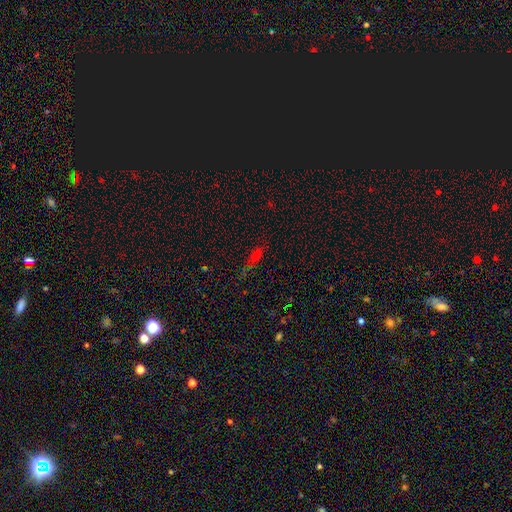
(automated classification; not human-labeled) This appears to be a smooth galaxy with no disk features (49%). Merging: none (66%).